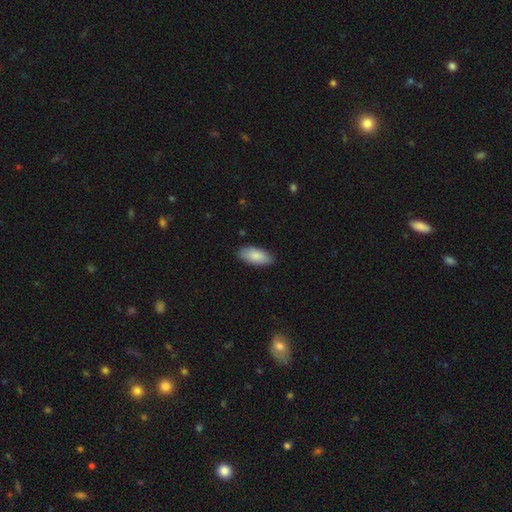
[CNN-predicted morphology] Overall: smooth (87%). How rounded: in between (89%). Merging: none (85%).